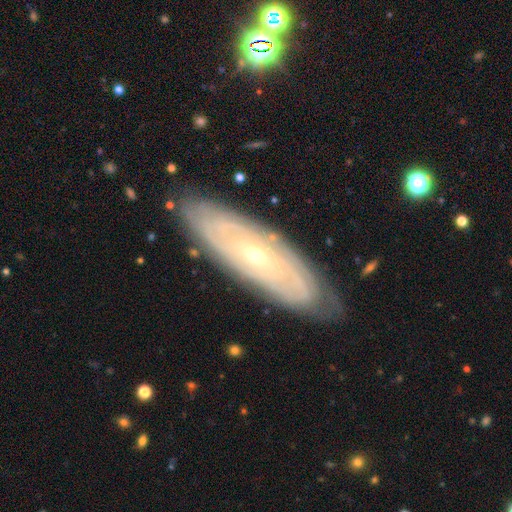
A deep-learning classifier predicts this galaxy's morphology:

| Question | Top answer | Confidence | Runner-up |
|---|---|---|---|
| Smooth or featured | featured or disk | 77% | smooth (16%) |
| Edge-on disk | no | 81% | yes (19%) |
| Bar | no | 77% | weak (17%) |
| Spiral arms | yes | 81% | no (19%) |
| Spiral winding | tight | 80% | medium (15%) |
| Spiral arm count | can't tell | 67% | 2 (11%) |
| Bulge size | small | 79% | moderate (18%) |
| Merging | none | 84% | minor disturbance (13%) |